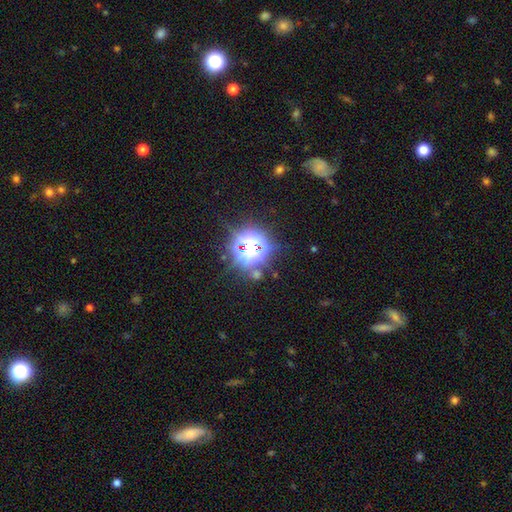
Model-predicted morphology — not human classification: This appears to be a star or artifact, not a galaxy (77%).